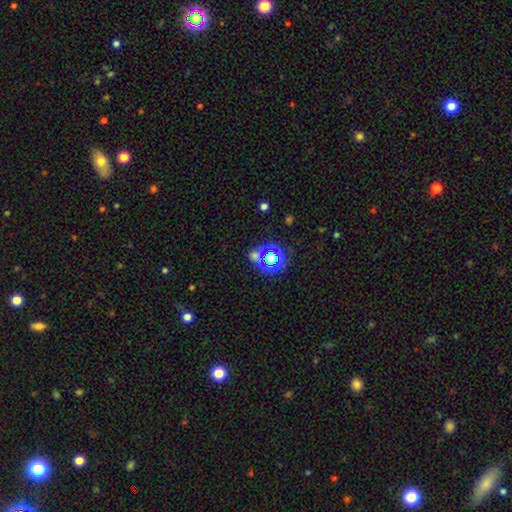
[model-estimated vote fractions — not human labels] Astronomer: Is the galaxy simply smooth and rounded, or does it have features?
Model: star or artifact — 54% (runner-up: smooth, 36%).